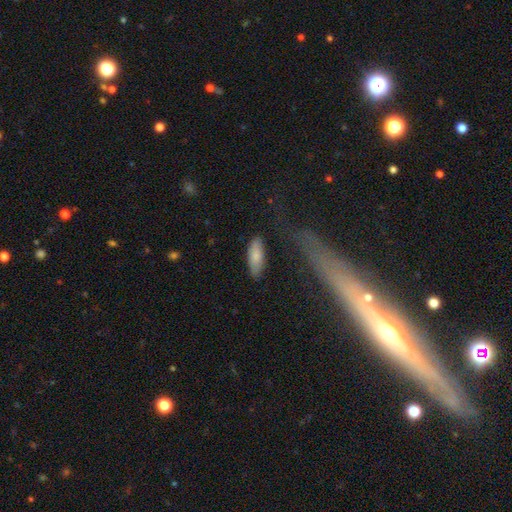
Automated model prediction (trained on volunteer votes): This is clearly a smooth galaxy (82%). How rounded: likely in between (72%). Merging: likely none (78%).